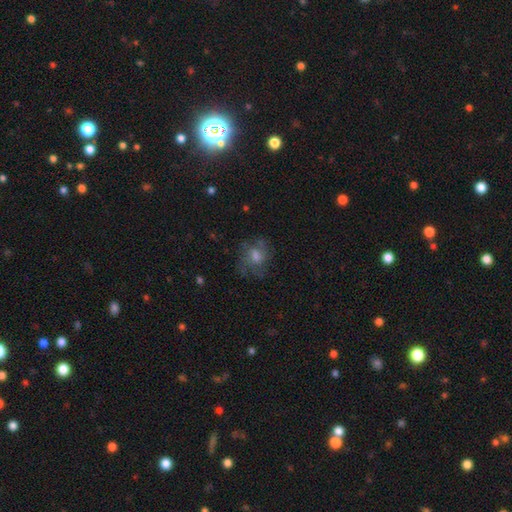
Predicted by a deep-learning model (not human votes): This appears to be a featured or disk galaxy (55%) with no bar (64%), spiral arms (78%) and a moderate central bulge (56%). Merging: none (65%).